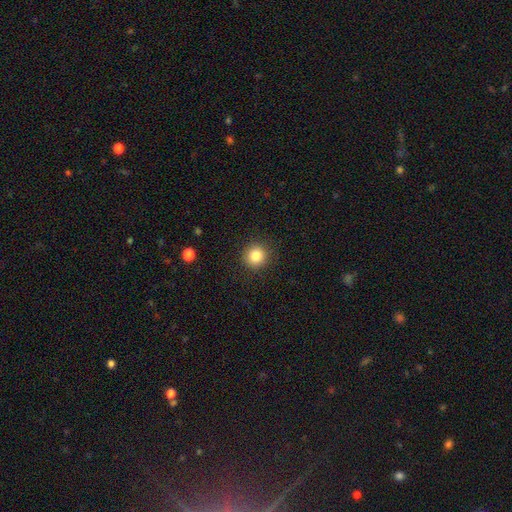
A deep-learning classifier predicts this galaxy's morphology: smooth-or-featured: smooth: 84% | star or artifact: 11% | featured or disk: 5%
  how-rounded: round: 93% | in between: 6% | cigar-shaped: 1%
  merging: none: 91% | minor disturbance: 6% | major disturbance: 2% | merger: 1%